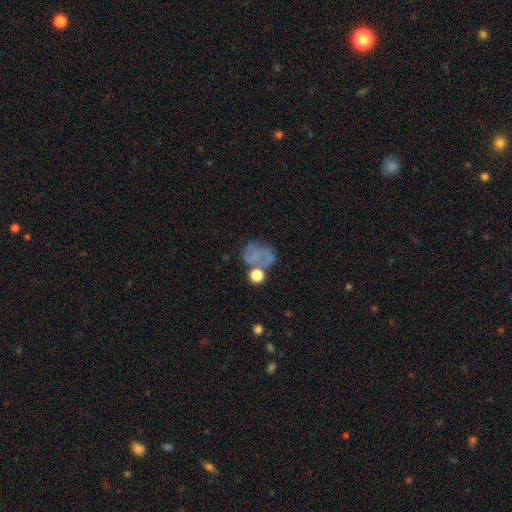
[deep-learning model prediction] Smooth or featured: smooth — 51% (featured or disk — 33%)
How rounded: in between — 50% (round — 49%)
Merging: none — 34% (major disturbance — 28%)